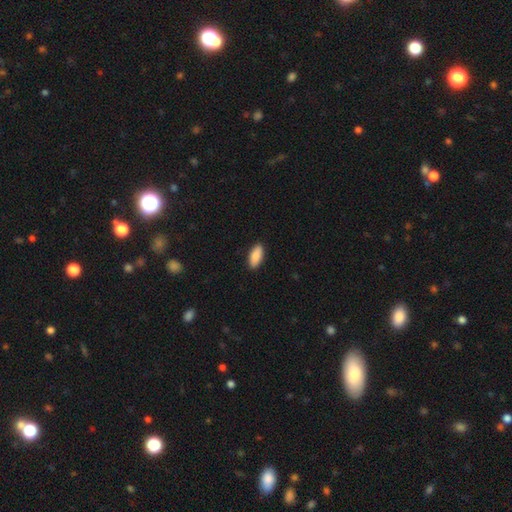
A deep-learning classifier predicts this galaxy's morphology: smooth 89%, star or artifact 6%, featured or disk 5%. Down the decision tree: how rounded — in between (85%); merging — none (90%).